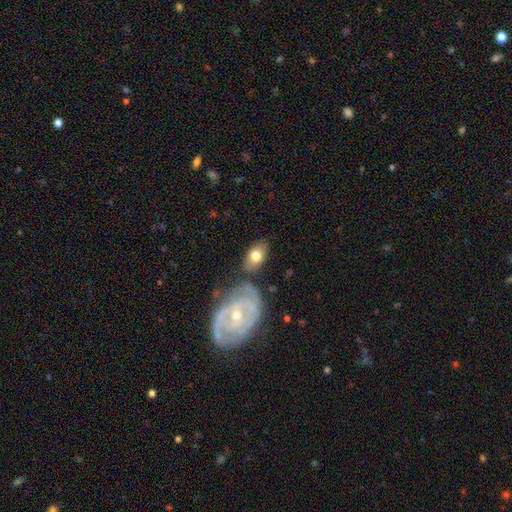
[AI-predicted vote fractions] Overall: smooth (69%). How rounded: in between (88%). Merging: none (67%).